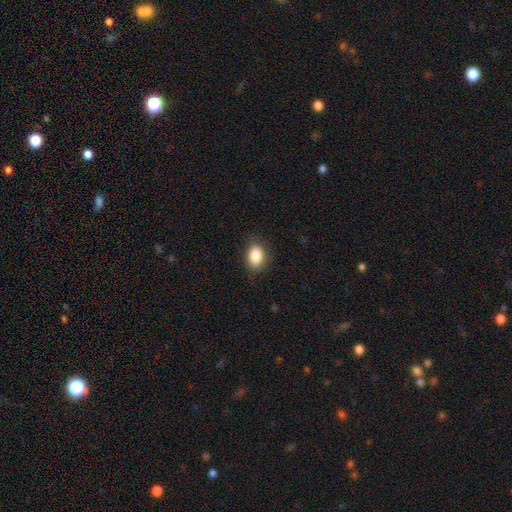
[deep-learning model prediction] This is clearly a smooth galaxy (86%). How rounded: likely in between (73%). Merging: clearly none (83%).